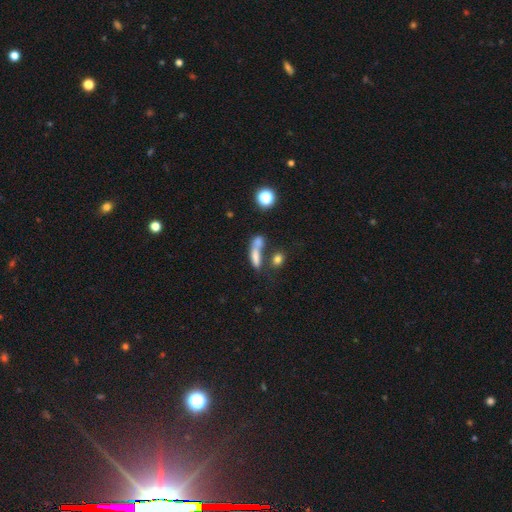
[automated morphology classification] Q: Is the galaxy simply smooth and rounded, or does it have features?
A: smooth — 68%.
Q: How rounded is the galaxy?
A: in between — 50%.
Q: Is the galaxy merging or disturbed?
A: merger — 46%.